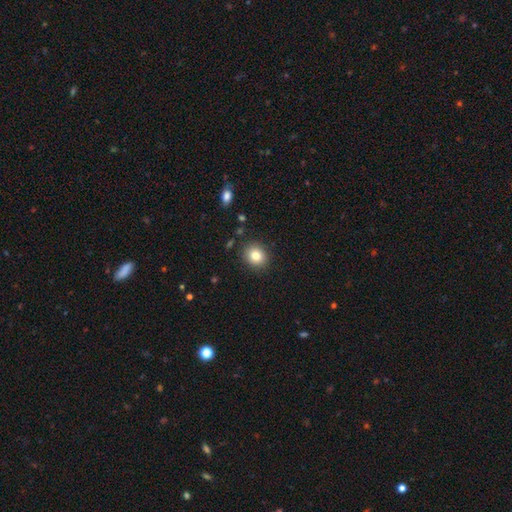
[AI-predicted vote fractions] Overall: smooth (81%). How rounded: round (77%). Merging: none (89%).